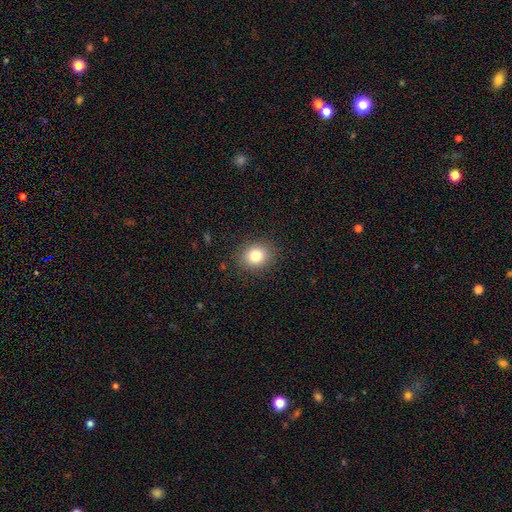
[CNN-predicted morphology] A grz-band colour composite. It shows a smooth galaxy with no disk features (81%) that is round (68%). Merging: none (88%).